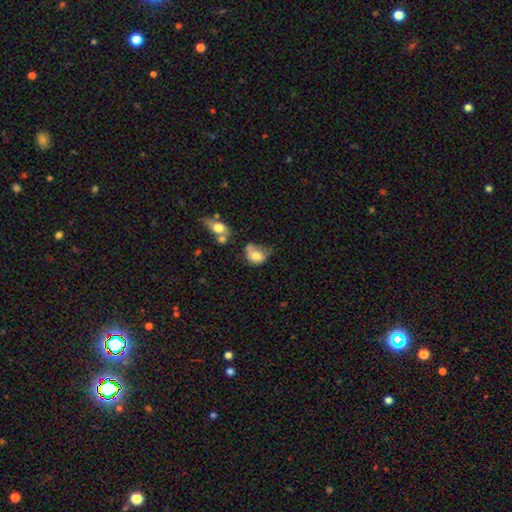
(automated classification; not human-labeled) The model was most divided on "merging": minor disturbance: 31%, major disturbance: 26%, none: 25%, merger: 18%. More confident: smooth or featured — smooth (73%); how rounded — in between (56%).